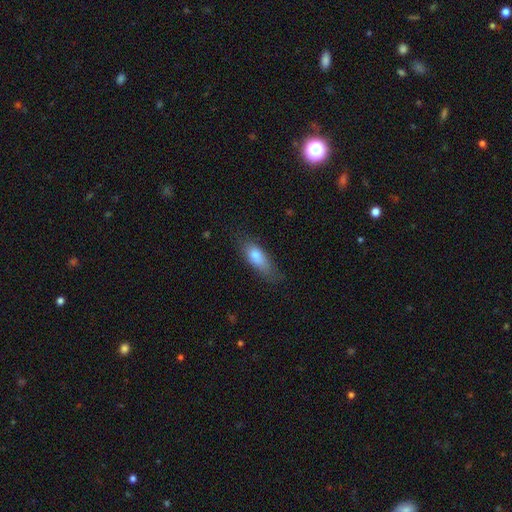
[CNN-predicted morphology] Smooth or featured: smooth — 79% (featured or disk — 14%)
How rounded: in between — 68% (cigar-shaped — 29%)
Merging: none — 63% (minor disturbance — 26%)